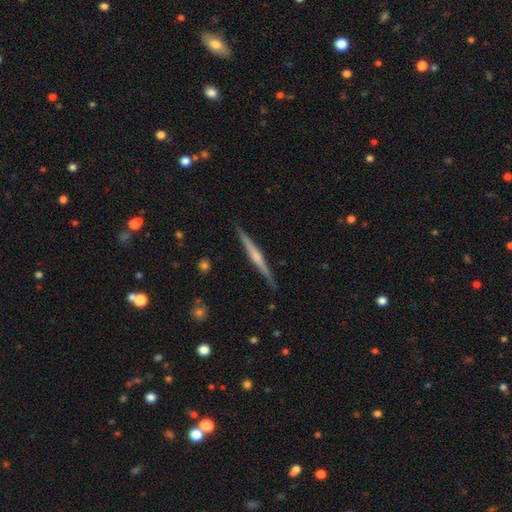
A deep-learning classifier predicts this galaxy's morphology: Overall: featured or disk (73%). Edge-on disk: yes (98%). Edge-on bulge: rounded (60%; none 29%). Merging: none (90%).